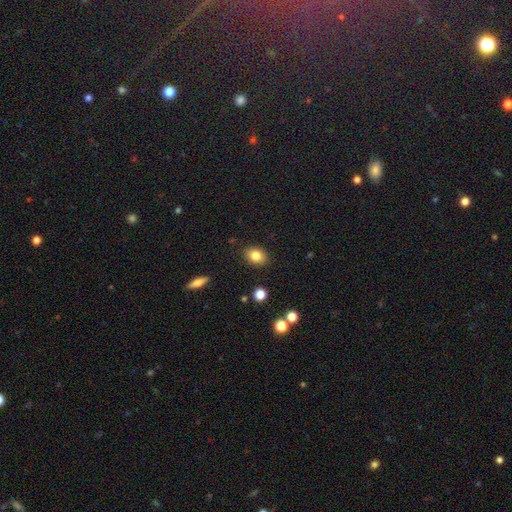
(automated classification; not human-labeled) Q: Smooth or featured?
A: smooth (82%); runner-up: star or artifact (9%)
Q: How rounded?
A: in between (68%); runner-up: round (31%)
Q: Merging?
A: none (88%); runner-up: minor disturbance (9%)